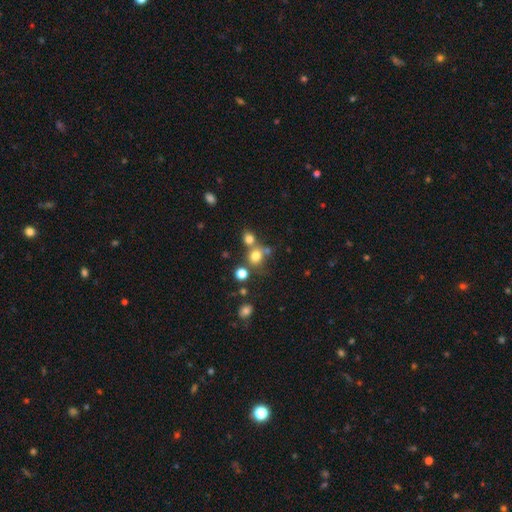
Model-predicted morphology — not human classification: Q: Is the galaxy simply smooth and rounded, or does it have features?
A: smooth — 74%.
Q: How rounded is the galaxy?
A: round — 82%.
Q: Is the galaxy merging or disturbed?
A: none — 55%.